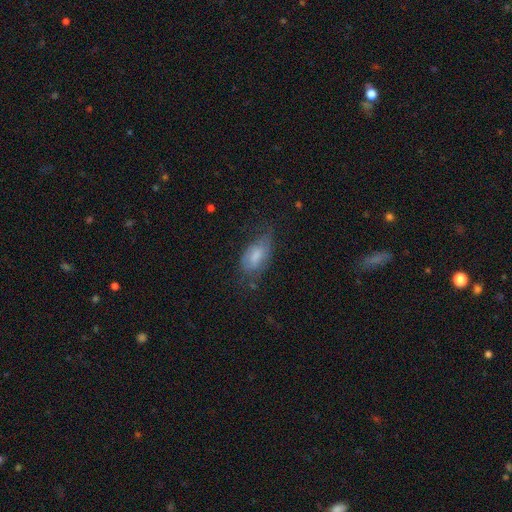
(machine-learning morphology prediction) Q: Smooth or featured?
A: smooth (63%); runner-up: featured or disk (29%)
Q: How rounded?
A: in between (90%); runner-up: cigar-shaped (6%)
Q: Merging?
A: none (45%); runner-up: minor disturbance (35%)